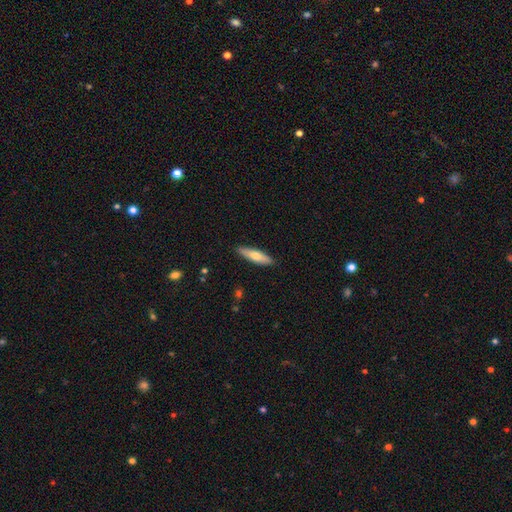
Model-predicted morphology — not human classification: type=smooth (65%); roundness=cigar-shaped (65%); merging=none (89%).